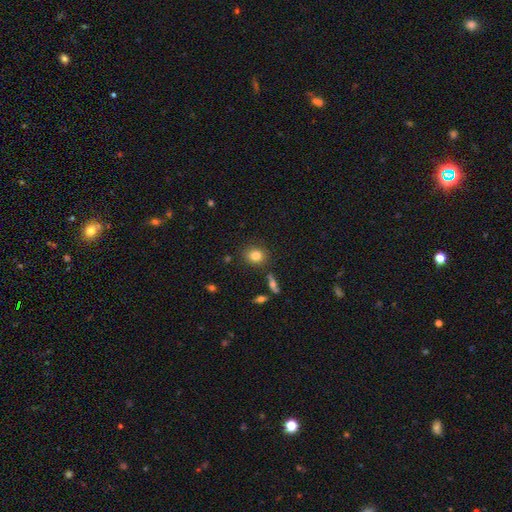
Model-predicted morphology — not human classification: smooth 81%, star or artifact 11%, featured or disk 8%. Down the decision tree: how rounded — round (70%); merging — none (84%).